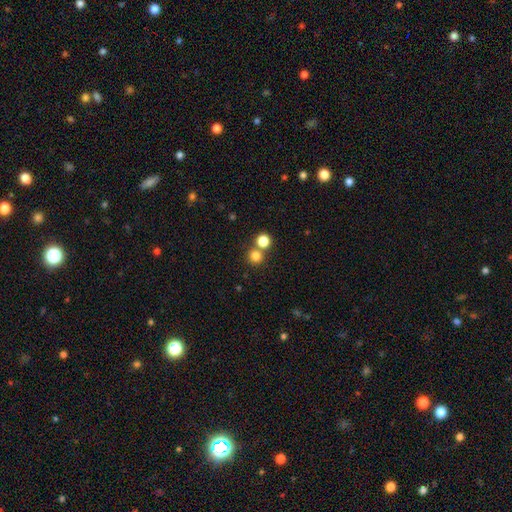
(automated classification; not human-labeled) Smooth or featured: smooth — 79% (star or artifact — 14%)
How rounded: round — 93% (in between — 6%)
Merging: none — 63% (merger — 29%)